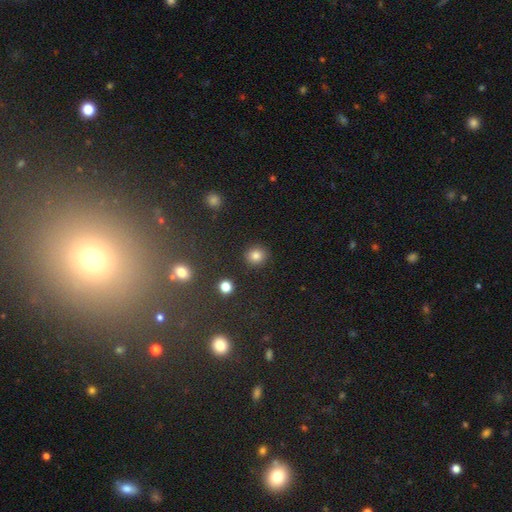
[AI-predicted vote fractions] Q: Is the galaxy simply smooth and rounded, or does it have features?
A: smooth — 83%.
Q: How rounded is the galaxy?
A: round — 85%.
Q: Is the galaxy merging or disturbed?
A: none — 89%.